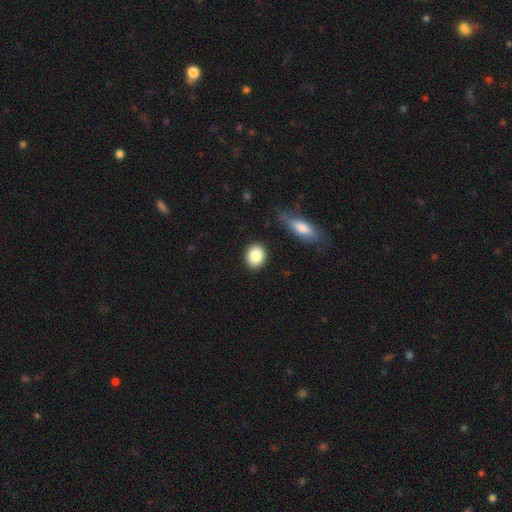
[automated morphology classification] smooth-or-featured: smooth: 86% | star or artifact: 7% | featured or disk: 7%
  how-rounded: round: 56% | in between: 42% | cigar-shaped: 2%
  merging: none: 87% | minor disturbance: 8% | merger: 3% | major disturbance: 2%